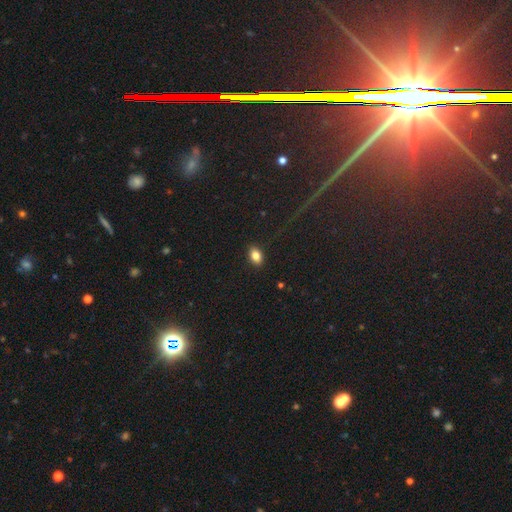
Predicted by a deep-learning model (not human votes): The model was most divided on "how rounded": in between: 83%, round: 15%, cigar-shaped: 2%. More confident: merging — none (89%); smooth or featured — smooth (83%).